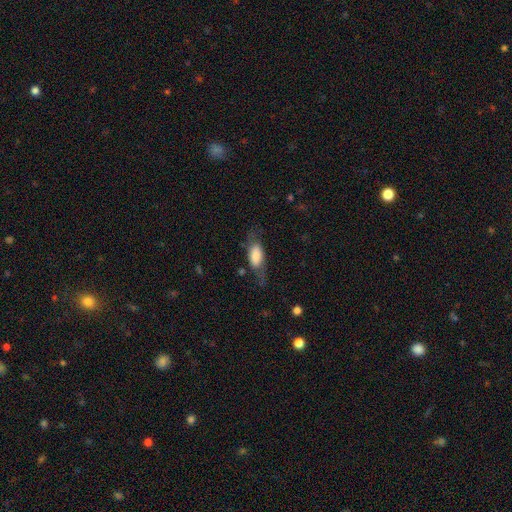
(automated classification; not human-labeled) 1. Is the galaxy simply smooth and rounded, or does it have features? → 63% smooth, 30% featured or disk, 7% star or artifact.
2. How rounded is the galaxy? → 79% in between, 17% cigar-shaped, 4% round.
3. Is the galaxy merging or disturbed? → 58% none, 23% minor disturbance, 17% major disturbance, 2% merger.